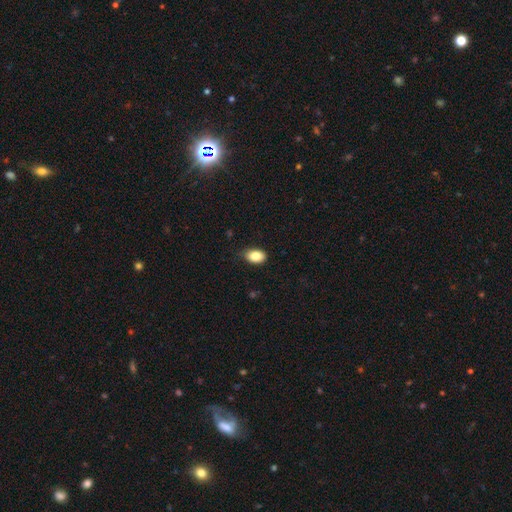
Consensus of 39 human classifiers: A smooth galaxy with no disk features (79%) that is in between round and cigar-shaped (94%).

Vote fractions:
- Smooth or featured? smooth: 79% / featured or disk: 18% / star or artifact: 3%
- How rounded? in between: 94% / round: 6% / cigar-shaped: 0%
- Merging? none: 82% / minor disturbance: 18% / major disturbance: 0% / merger: 0%